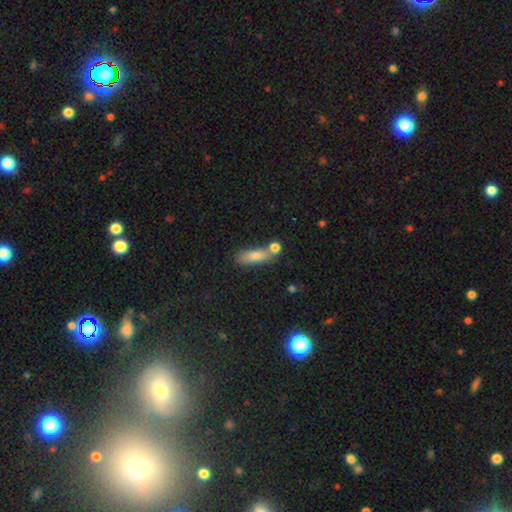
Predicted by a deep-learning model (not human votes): smooth-or-featured: smooth: 75% | featured or disk: 14% | star or artifact: 11%
  how-rounded: in between: 53% | cigar-shaped: 43% | round: 4%
  merging: none: 60% | merger: 21% | minor disturbance: 15% | major disturbance: 5%